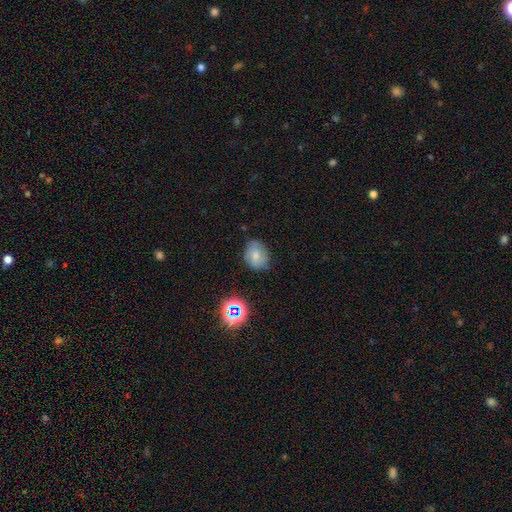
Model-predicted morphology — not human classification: smooth-or-featured: smooth: 64% | featured or disk: 22% | star or artifact: 14%
  how-rounded: in between: 52% | round: 47% | cigar-shaped: 1%
  merging: none: 73% | minor disturbance: 20% | major disturbance: 5% | merger: 2%